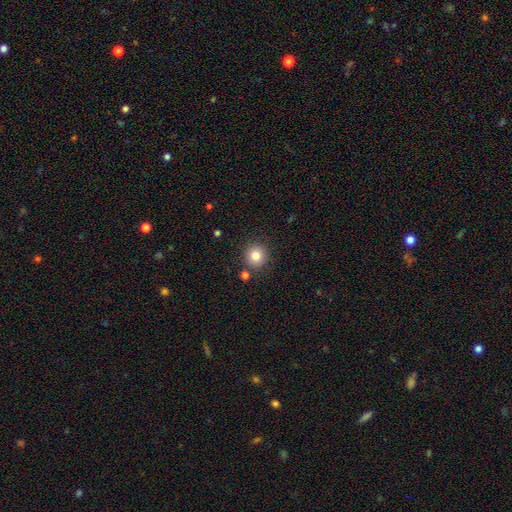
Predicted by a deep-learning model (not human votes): Smooth or featured? smooth (81%)
How rounded? round (93%)
Merging? none (86%)